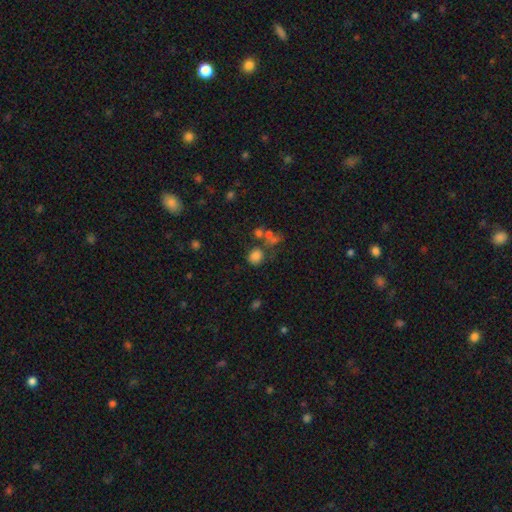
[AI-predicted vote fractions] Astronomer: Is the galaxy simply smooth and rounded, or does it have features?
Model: smooth — 77%.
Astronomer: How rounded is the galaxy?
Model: round — 76%.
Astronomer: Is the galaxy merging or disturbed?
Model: none — 61%.